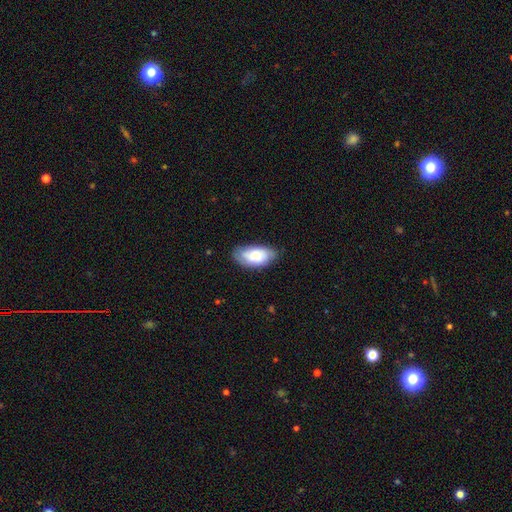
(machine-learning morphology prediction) The model was most divided on "smooth or featured": smooth: 66%, featured or disk: 27%, star or artifact: 7%. More confident: how rounded — in between (94%); merging — none (71%).